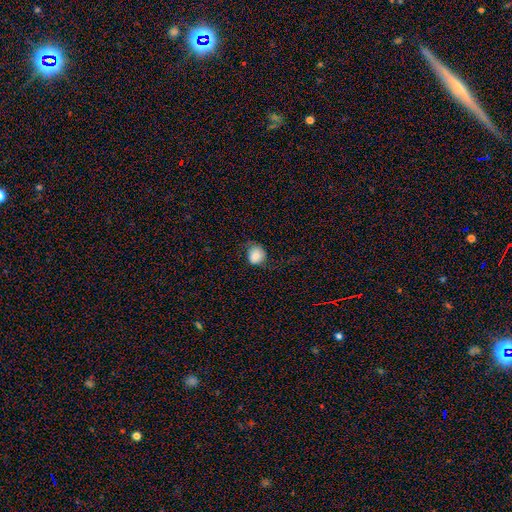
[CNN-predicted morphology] Overall: smooth (79%). How rounded: round (73%). Merging: none (61%; minor disturbance 25%).